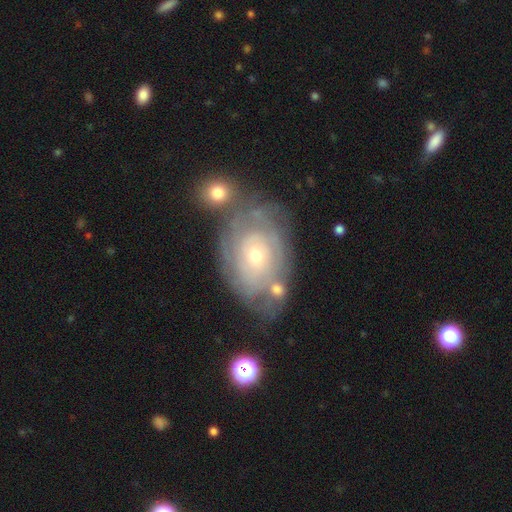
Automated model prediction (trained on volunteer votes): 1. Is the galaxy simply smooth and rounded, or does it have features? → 74% featured or disk, 18% smooth, 7% star or artifact.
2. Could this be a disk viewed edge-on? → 95% no, 5% yes.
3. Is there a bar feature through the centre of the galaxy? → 82% no, 15% weak, 3% strong.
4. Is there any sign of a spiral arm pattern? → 78% yes, 22% no.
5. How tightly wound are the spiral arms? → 78% tight, 17% medium, 5% loose.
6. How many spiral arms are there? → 63% can't tell, 12% 2, 9% 3, 7% 4, 5% more than 4, 4% 1.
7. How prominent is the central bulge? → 56% small, 40% moderate, 2% large, 1% none, 1% dominant.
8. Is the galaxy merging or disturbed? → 57% none, 20% minor disturbance, 14% merger, 9% major disturbance.